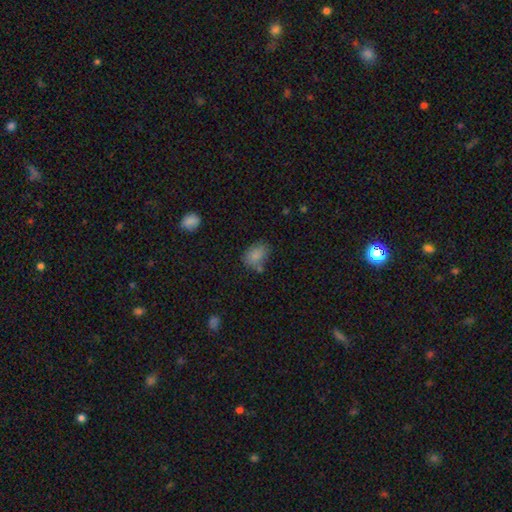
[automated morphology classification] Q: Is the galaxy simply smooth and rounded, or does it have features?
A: smooth — 83%.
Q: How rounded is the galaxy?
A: in between — 79%.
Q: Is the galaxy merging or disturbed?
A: none — 58%.